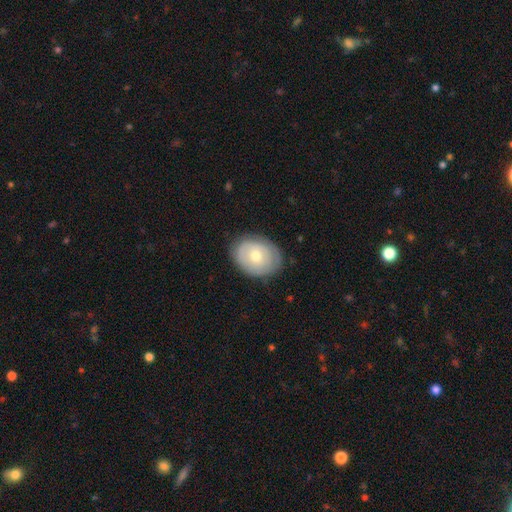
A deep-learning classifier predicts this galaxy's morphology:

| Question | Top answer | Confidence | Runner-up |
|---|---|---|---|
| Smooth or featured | smooth | 52% | featured or disk (41%) |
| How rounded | in between | 58% | round (41%) |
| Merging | none | 79% | minor disturbance (16%) |